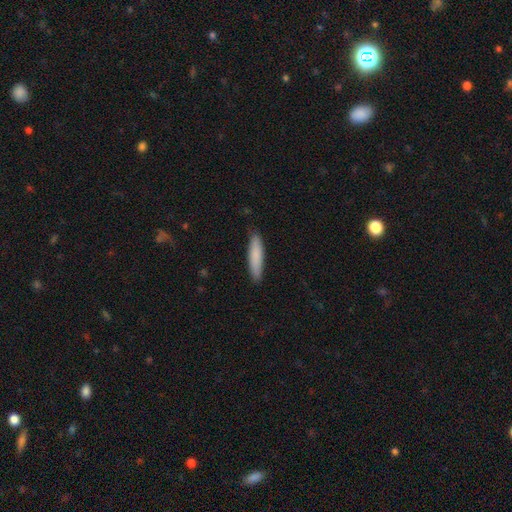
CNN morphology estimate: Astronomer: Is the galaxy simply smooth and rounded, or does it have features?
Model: smooth — 83%.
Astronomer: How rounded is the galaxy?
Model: cigar-shaped — 83%.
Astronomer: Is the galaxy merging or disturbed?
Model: none — 87%.